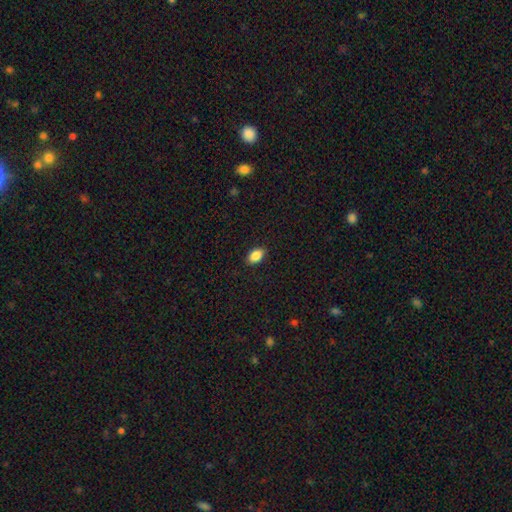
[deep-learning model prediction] Overall: smooth (87%). How rounded: in between (89%). Merging: none (89%).